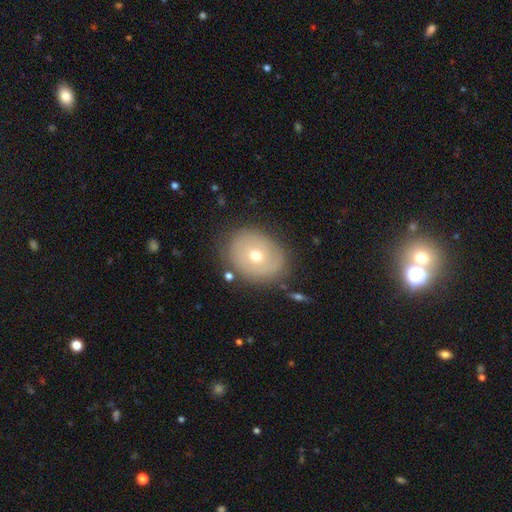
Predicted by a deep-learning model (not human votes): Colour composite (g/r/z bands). It shows a smooth galaxy with no disk features (52%) that is round (54%). Merging: none (78%).